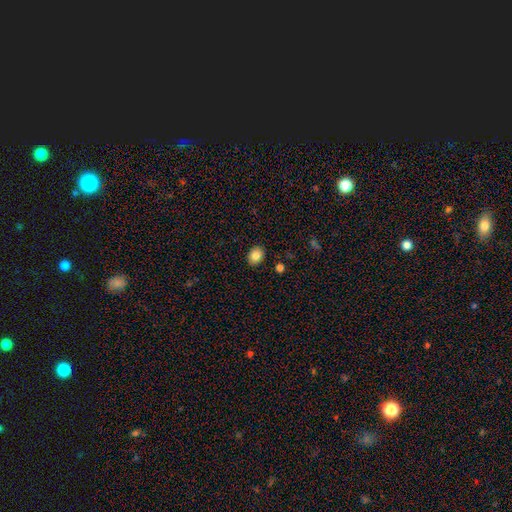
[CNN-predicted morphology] A smooth galaxy with no disk features (84%) that is in between round and cigar-shaped (57%).

Vote fractions:
- Smooth or featured? smooth: 84% / star or artifact: 9% / featured or disk: 7%
- How rounded? in between: 57% / round: 42% / cigar-shaped: 1%
- Merging? none: 89% / minor disturbance: 7% / major disturbance: 2% / merger: 1%